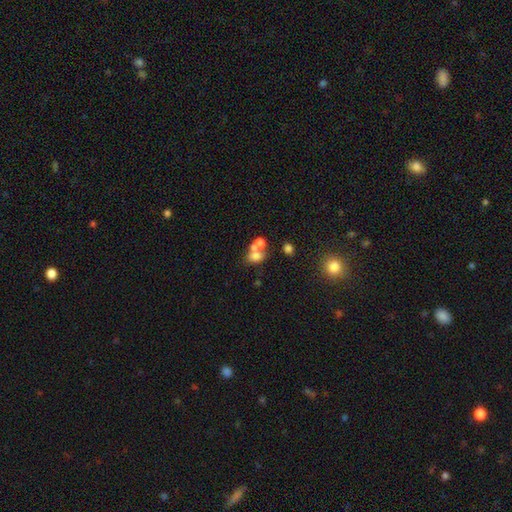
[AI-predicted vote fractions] Morphology: type=smooth (66%); roundness=in between (58%); merging=merger (53%).